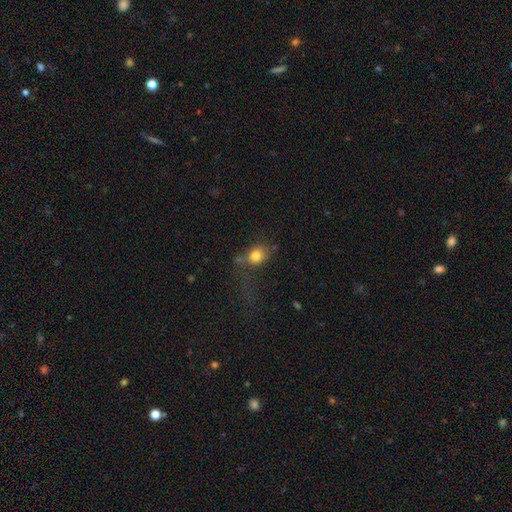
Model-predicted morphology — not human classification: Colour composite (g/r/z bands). It shows a smooth galaxy with no disk features (79%) that is round (57%). Merging: none (46%).